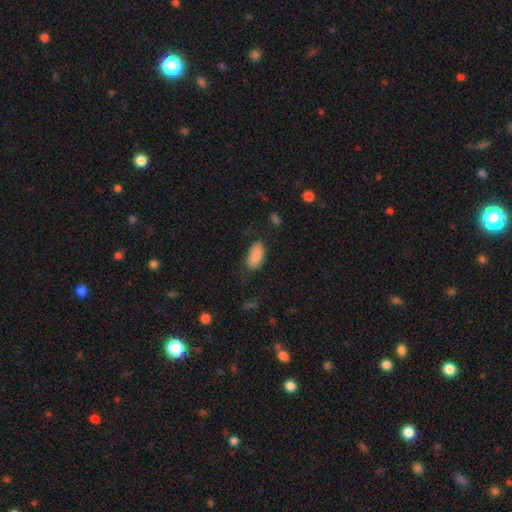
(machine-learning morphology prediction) This is clearly a smooth galaxy (87%). How rounded: clearly in between (94%). Merging: likely none (67%).